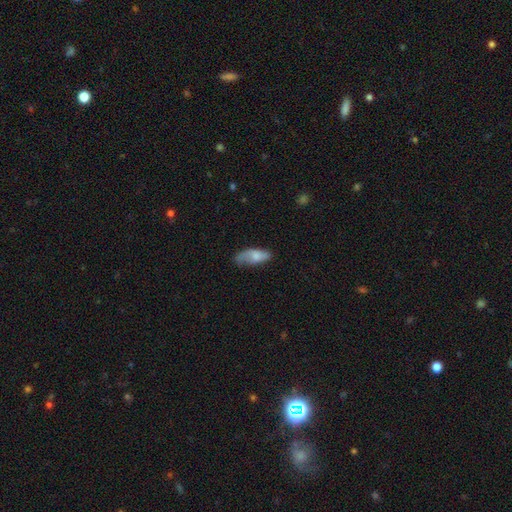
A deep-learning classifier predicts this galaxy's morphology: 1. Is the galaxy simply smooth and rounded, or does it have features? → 68% smooth, 26% featured or disk, 6% star or artifact.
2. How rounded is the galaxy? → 79% in between, 18% cigar-shaped, 3% round.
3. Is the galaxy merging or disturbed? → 48% none, 34% minor disturbance, 15% major disturbance, 3% merger.